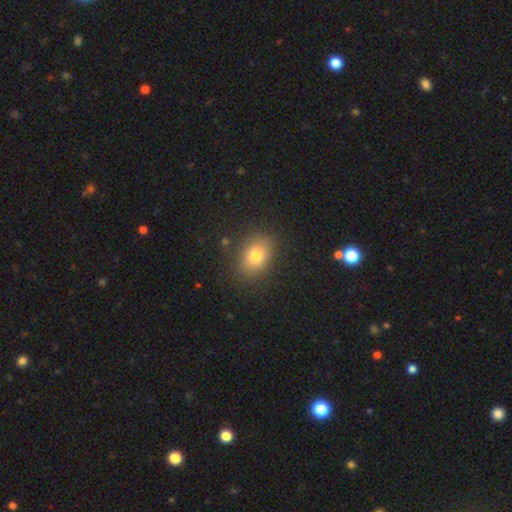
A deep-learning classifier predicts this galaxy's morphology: Q: Smooth or featured?
A: smooth (76%); runner-up: featured or disk (12%)
Q: How rounded?
A: in between (73%); runner-up: round (26%)
Q: Merging?
A: none (85%); runner-up: minor disturbance (10%)